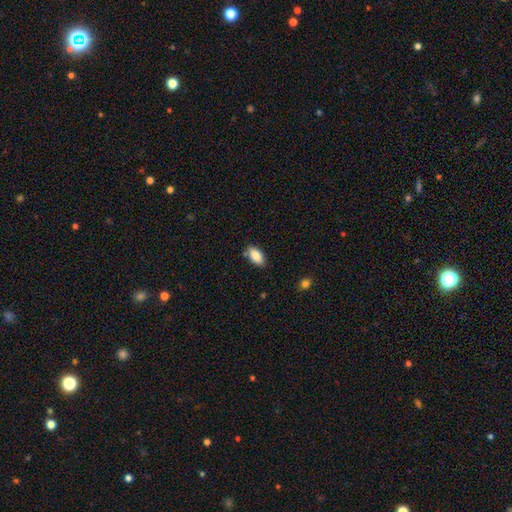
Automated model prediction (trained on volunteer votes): A smooth galaxy with no disk features (87%) that is in between round and cigar-shaped (91%).

Vote fractions:
- Smooth or featured? smooth: 87% / star or artifact: 7% / featured or disk: 6%
- How rounded? in between: 91% / cigar-shaped: 5% / round: 3%
- Merging? none: 78% / minor disturbance: 15% / merger: 4% / major disturbance: 3%